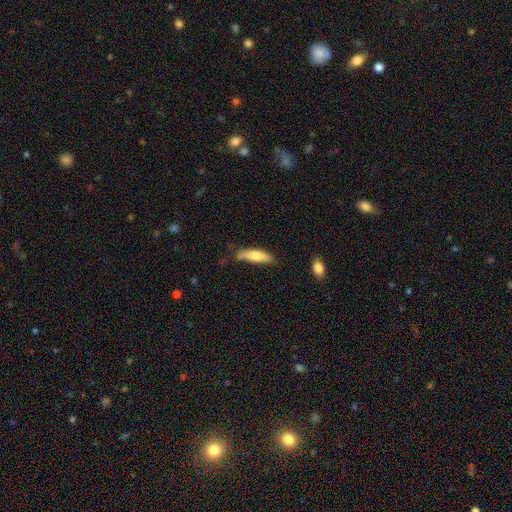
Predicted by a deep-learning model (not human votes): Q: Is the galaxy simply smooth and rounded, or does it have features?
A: smooth — 69%.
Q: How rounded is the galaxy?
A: cigar-shaped — 62%.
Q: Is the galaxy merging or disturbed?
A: none — 59%.